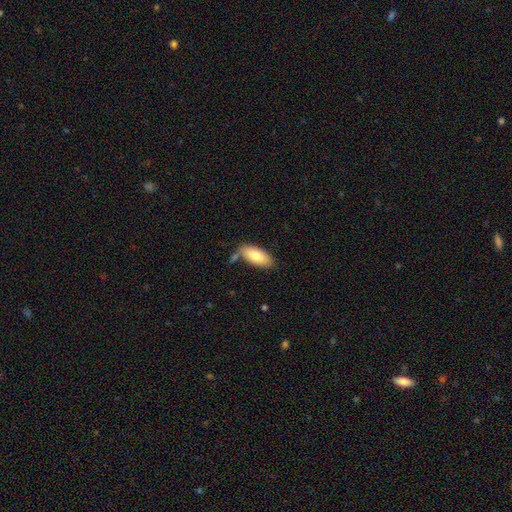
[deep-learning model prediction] A smooth galaxy with no disk features (78%) that is in between round and cigar-shaped (86%).

Vote fractions:
- Smooth or featured? smooth: 78% / featured or disk: 16% / star or artifact: 6%
- How rounded? in between: 86% / cigar-shaped: 12% / round: 2%
- Merging? none: 69% / minor disturbance: 17% / merger: 10% / major disturbance: 4%